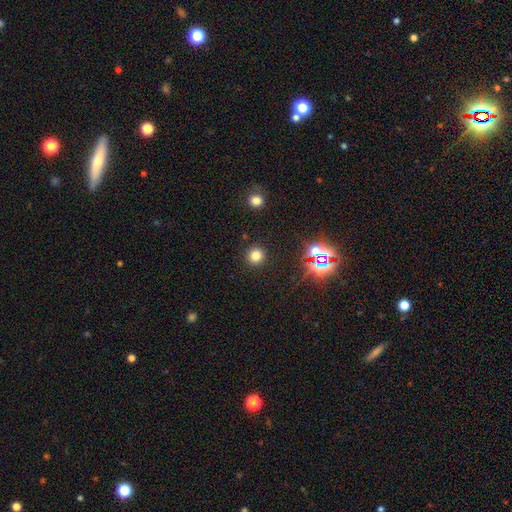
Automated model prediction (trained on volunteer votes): Smooth or featured? smooth (75%)
How rounded? round (93%)
Merging? none (91%)